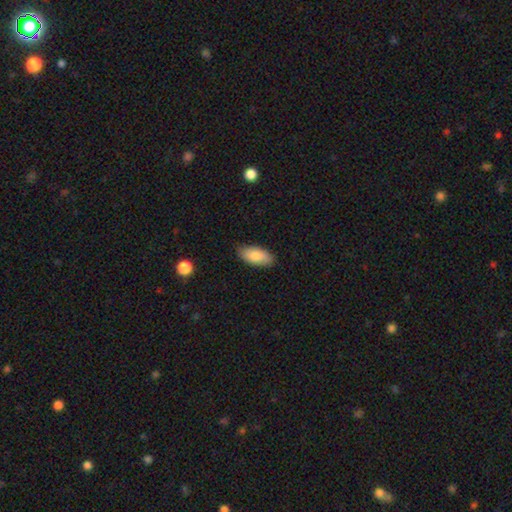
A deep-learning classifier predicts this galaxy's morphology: smooth-or-featured: smooth: 84% | featured or disk: 10% | star or artifact: 6%
  how-rounded: in between: 91% | cigar-shaped: 7% | round: 2%
  merging: none: 83% | minor disturbance: 14% | major disturbance: 2% | merger: 1%